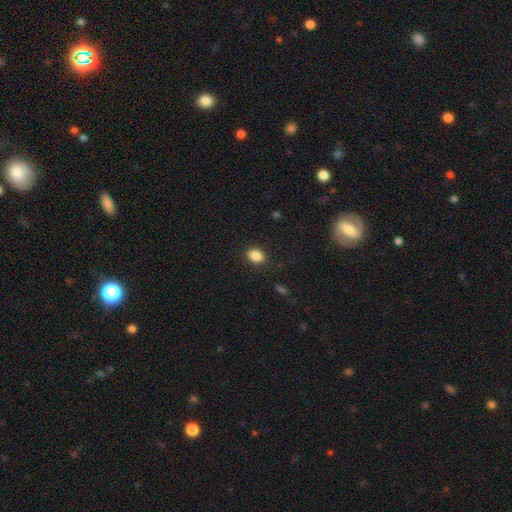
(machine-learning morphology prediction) A smooth galaxy with no disk features (87%) that is in between round and cigar-shaped (82%). Merging: none (86%).